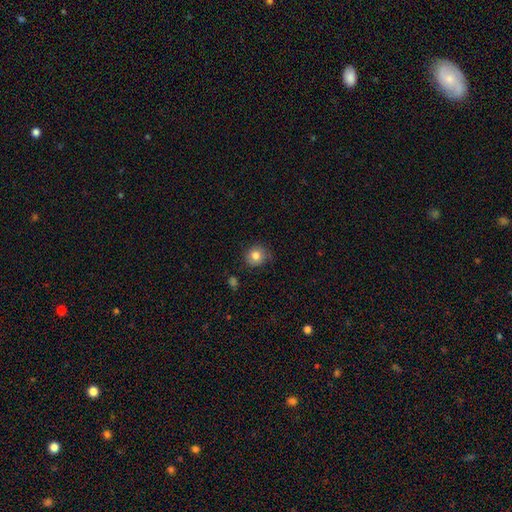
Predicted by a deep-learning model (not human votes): A smooth galaxy with no disk features (82%) that is round (88%).

Vote fractions:
- Smooth or featured? smooth: 82% / star or artifact: 10% / featured or disk: 8%
- How rounded? round: 88% / in between: 11% / cigar-shaped: 1%
- Merging? none: 79% / minor disturbance: 16% / major disturbance: 3% / merger: 2%